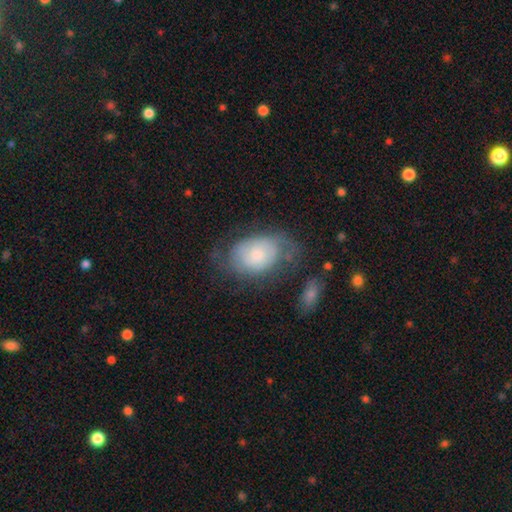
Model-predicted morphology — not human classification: This is possibly a smooth galaxy (53%). How rounded: clearly in between (82%). Merging: marginally none (42%).